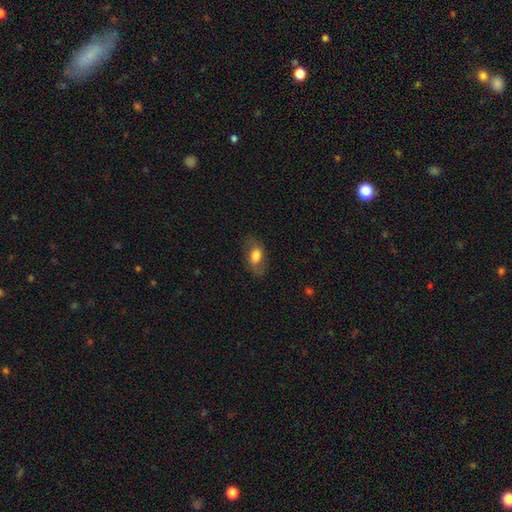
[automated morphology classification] A smooth galaxy with no disk features (62%) that is in between round and cigar-shaped (85%).

Vote fractions:
- Smooth or featured? smooth: 62% / featured or disk: 30% / star or artifact: 8%
- How rounded? in between: 85% / round: 12% / cigar-shaped: 4%
- Merging? none: 70% / minor disturbance: 19% / major disturbance: 10% / merger: 1%